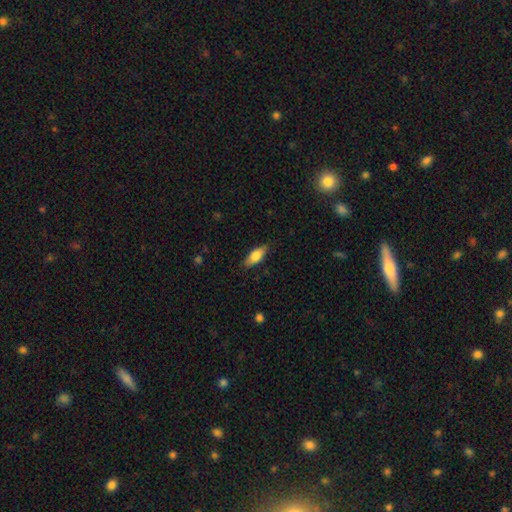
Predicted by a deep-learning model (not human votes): A smooth galaxy with no disk features (76%) that is in between round and cigar-shaped (78%).

Vote fractions:
- Smooth or featured? smooth: 76% / featured or disk: 18% / star or artifact: 6%
- How rounded? in between: 78% / cigar-shaped: 19% / round: 3%
- Merging? none: 85% / minor disturbance: 12% / major disturbance: 2% / merger: 1%